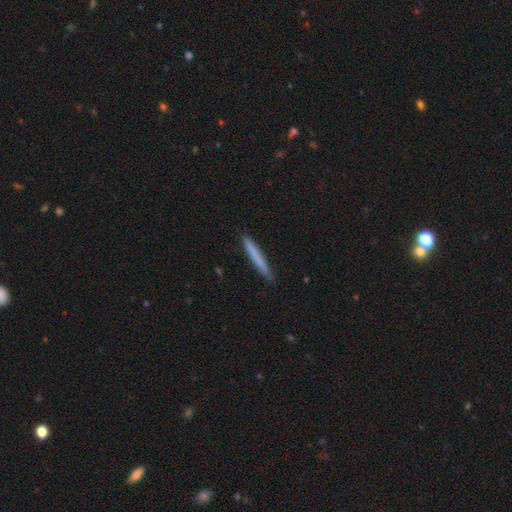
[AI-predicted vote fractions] Overall: smooth (71%). How rounded: cigar-shaped (97%). Merging: none (90%).